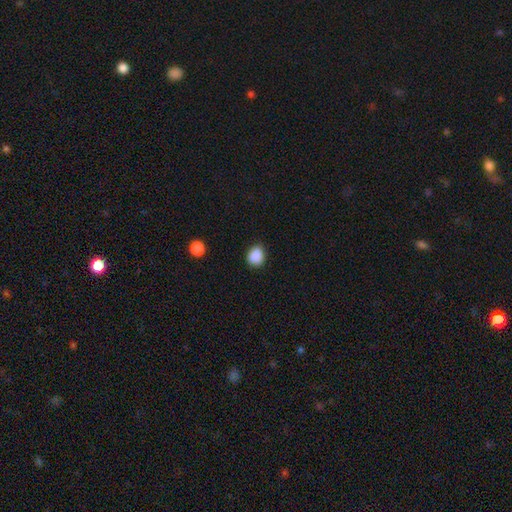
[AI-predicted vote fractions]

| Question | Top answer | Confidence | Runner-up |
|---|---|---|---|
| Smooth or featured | smooth | 88% | star or artifact (9%) |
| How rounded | round | 61% | in between (38%) |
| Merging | none | 79% | minor disturbance (17%) |